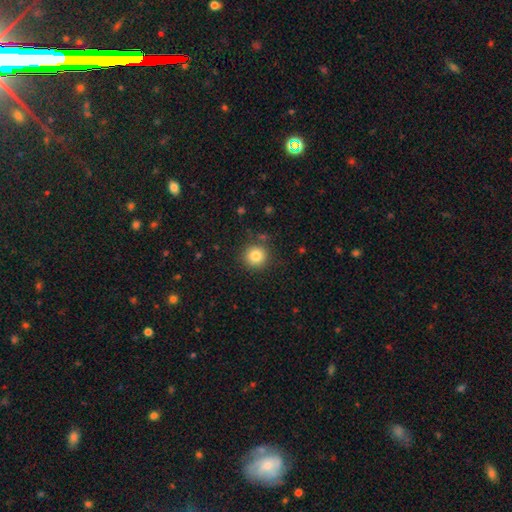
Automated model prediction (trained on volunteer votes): A smooth galaxy with no disk features (83%) that is round (94%).

Vote fractions:
- Smooth or featured? smooth: 83% / star or artifact: 11% / featured or disk: 6%
- How rounded? round: 94% / in between: 5% / cigar-shaped: 1%
- Merging? none: 87% / minor disturbance: 8% / major disturbance: 3% / merger: 2%